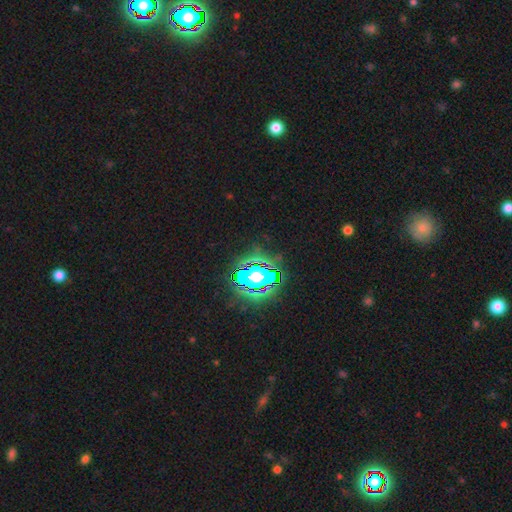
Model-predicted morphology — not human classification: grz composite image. It shows a star or artifact, not a galaxy (80%).